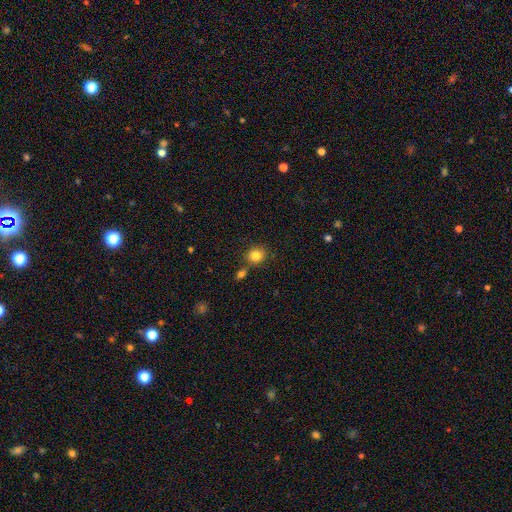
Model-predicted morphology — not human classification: smooth_or_featured: smooth (p=0.83) [alt: star or artifact p=0.10]
how_rounded: round (p=0.81) [alt: in between p=0.18]
merging: none (p=0.73) [alt: merger p=0.13]